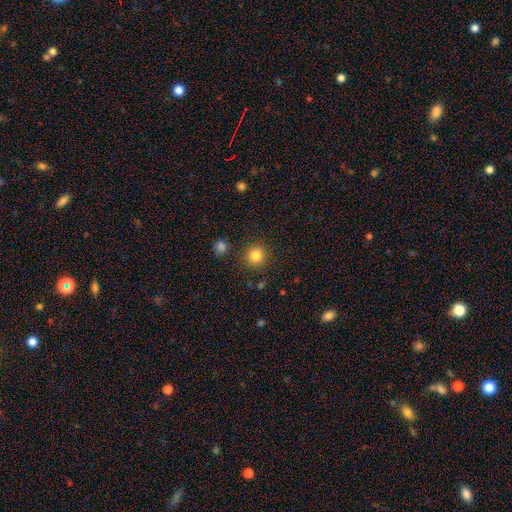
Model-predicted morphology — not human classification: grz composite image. It shows a smooth galaxy with no disk features (83%) that is round (94%). Merging: none (89%).